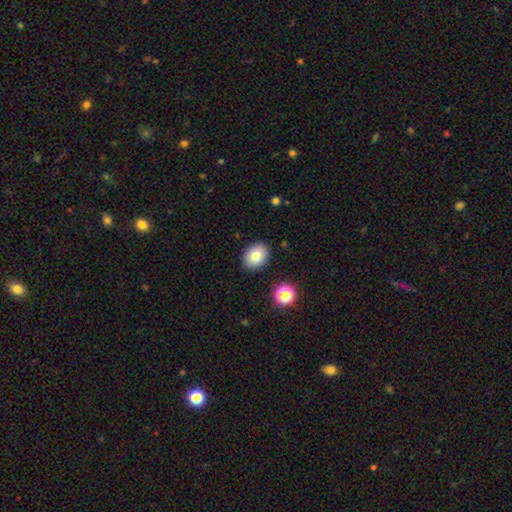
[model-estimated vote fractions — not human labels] Smooth or featured? smooth (81%)
How rounded? in between (59%)
Merging? none (88%)